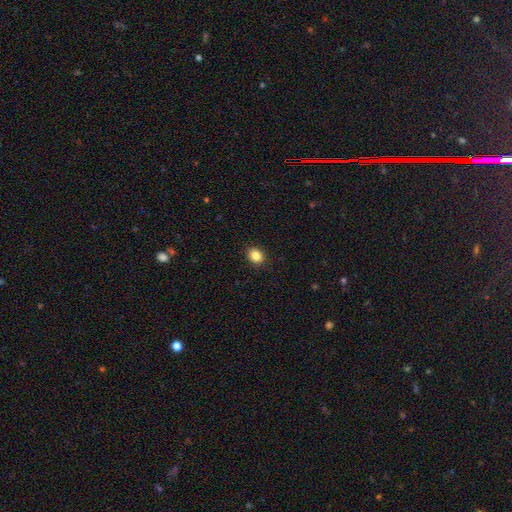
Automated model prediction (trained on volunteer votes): smooth-or-featured: smooth: 85% | star or artifact: 10% | featured or disk: 5%
  how-rounded: round: 60% | in between: 40% | cigar-shaped: 1%
  merging: none: 91% | minor disturbance: 6% | major disturbance: 2% | merger: 1%